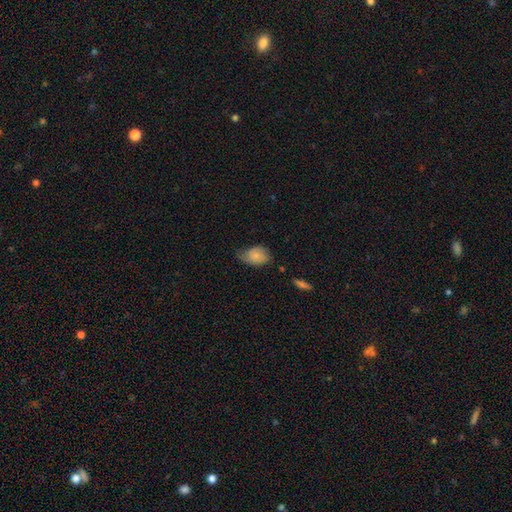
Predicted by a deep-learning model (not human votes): Overall: smooth (68%). How rounded: in between (82%). Merging: minor disturbance (41%; none 40%).